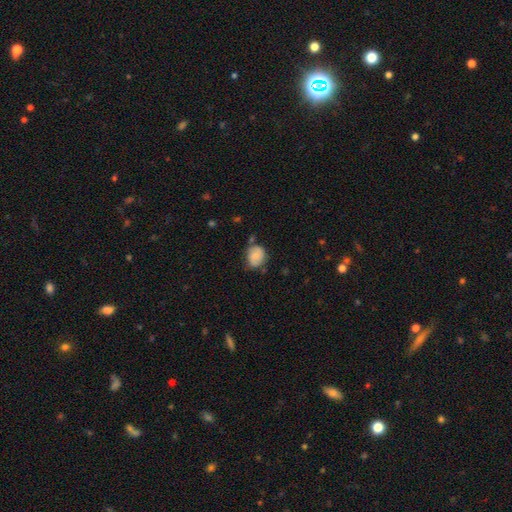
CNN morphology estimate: A smooth galaxy with no disk features (67%) that is round (57%).

Vote fractions:
- Smooth or featured? smooth: 67% / featured or disk: 25% / star or artifact: 9%
- How rounded? round: 57% / in between: 42% / cigar-shaped: 1%
- Merging? none: 56% / minor disturbance: 30% / major disturbance: 8% / merger: 6%